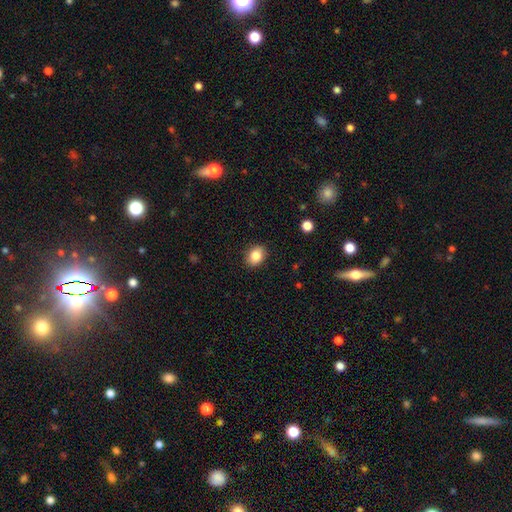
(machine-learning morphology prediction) Smooth or featured? Predicted: smooth (p=0.85). How rounded? Predicted: in between (p=0.59). Merging? Predicted: none (p=0.89).